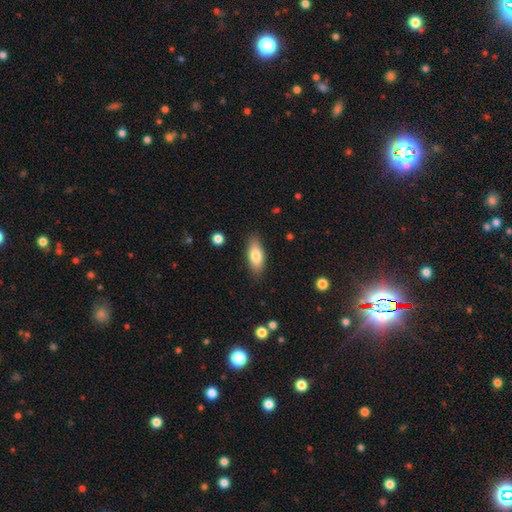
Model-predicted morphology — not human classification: smooth_or_featured: smooth (p=0.78) [alt: featured or disk p=0.15]
how_rounded: in between (p=0.79) [alt: cigar-shaped p=0.18]
merging: none (p=0.86) [alt: minor disturbance p=0.10]